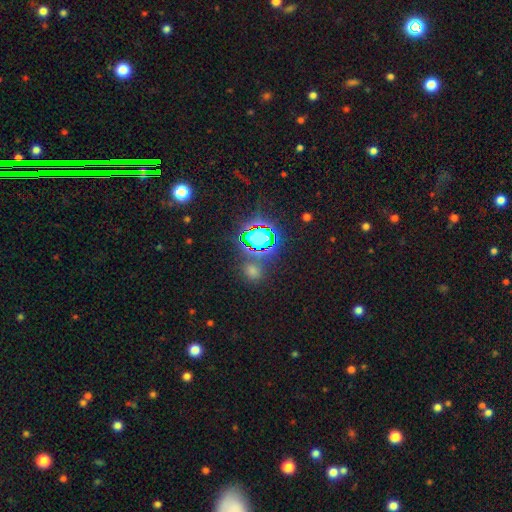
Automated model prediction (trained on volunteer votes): Smooth or featured: star or artifact — 82% (smooth — 11%)